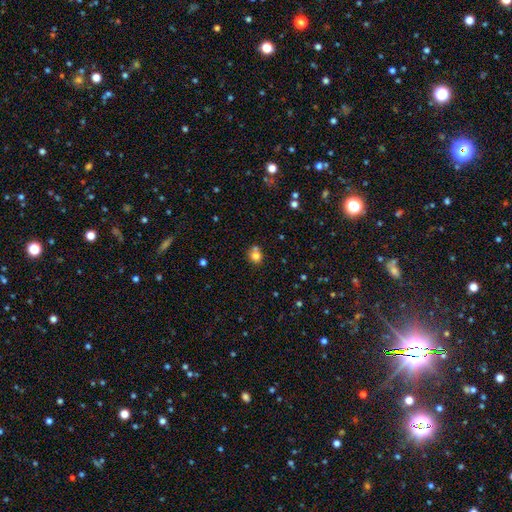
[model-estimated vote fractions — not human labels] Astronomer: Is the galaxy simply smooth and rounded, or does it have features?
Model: smooth — 77%.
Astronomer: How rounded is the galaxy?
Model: round — 75%.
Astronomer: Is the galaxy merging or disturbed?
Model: none — 55%.